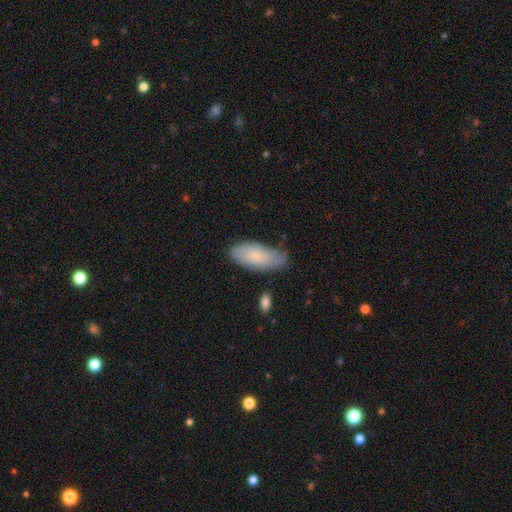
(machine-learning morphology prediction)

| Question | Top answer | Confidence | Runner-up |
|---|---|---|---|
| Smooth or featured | smooth | 70% | featured or disk (24%) |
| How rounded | in between | 85% | cigar-shaped (13%) |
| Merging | none | 63% | minor disturbance (29%) |